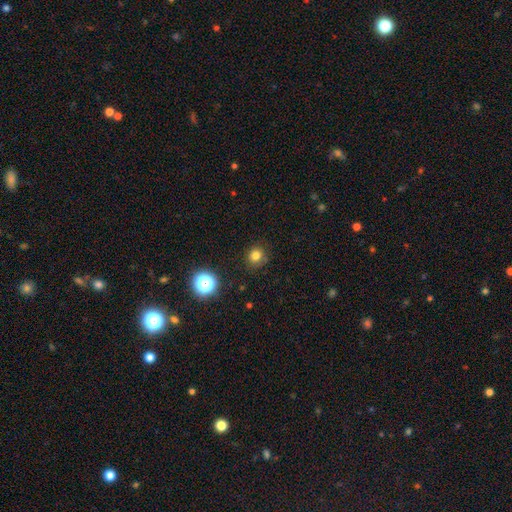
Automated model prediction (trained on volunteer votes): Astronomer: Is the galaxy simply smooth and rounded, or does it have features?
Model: smooth — 78%.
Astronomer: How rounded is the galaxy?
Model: round — 86%.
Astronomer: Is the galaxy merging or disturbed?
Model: none — 85%.